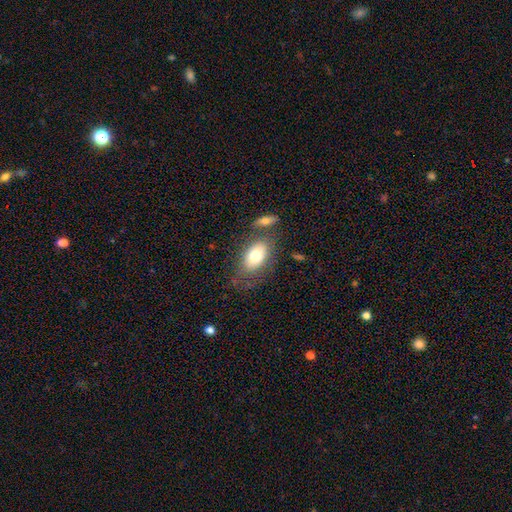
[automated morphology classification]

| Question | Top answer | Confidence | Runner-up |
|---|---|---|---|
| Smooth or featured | smooth | 73% | featured or disk (20%) |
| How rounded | in between | 90% | round (7%) |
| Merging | none | 62% | minor disturbance (17%) |